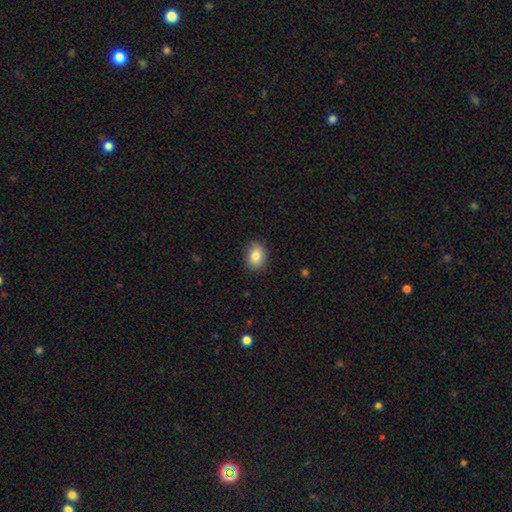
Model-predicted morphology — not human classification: A smooth galaxy with no disk features (83%) that is in between round and cigar-shaped (70%). Merging: none (87%).